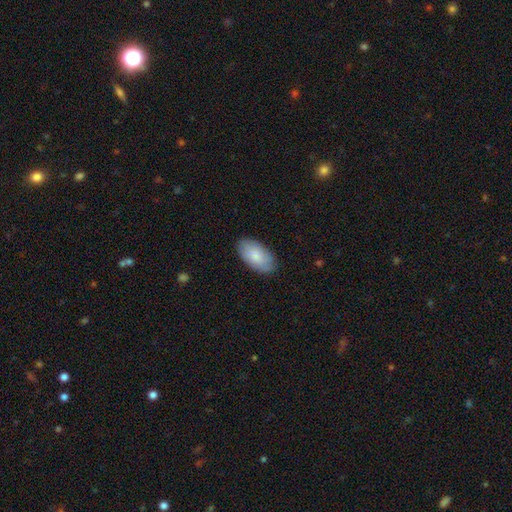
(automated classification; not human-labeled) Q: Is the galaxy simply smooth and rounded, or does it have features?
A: smooth — 83%.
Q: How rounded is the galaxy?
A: in between — 96%.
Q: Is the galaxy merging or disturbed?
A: none — 86%.